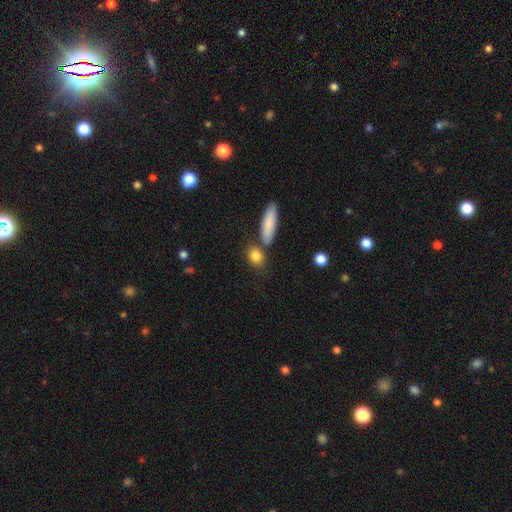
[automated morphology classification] This is clearly a smooth galaxy (84%). How rounded: possibly in between (49%). Merging: likely none (69%).